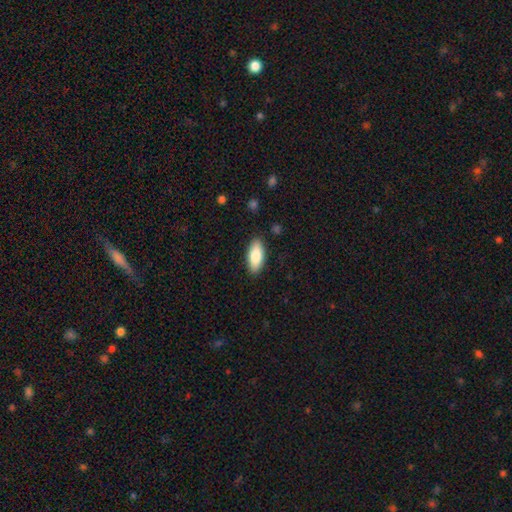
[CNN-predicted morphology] This is clearly a smooth galaxy (82%). How rounded: clearly in between (84%). Merging: clearly none (87%).